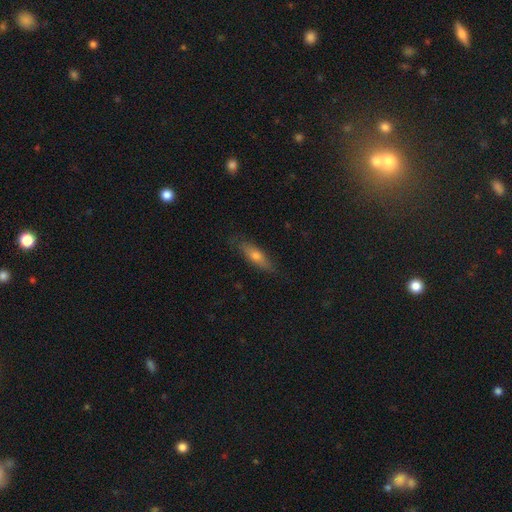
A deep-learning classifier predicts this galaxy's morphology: smooth 60%, featured or disk 33%, star or artifact 7%. Down the decision tree: how rounded — cigar-shaped (59%); merging — none (82%).